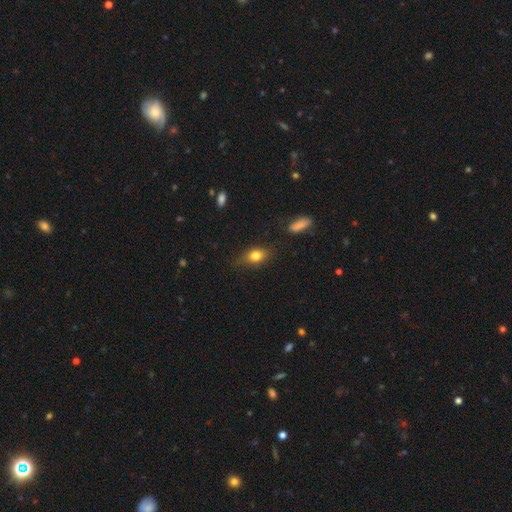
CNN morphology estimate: The model was most divided on "how rounded": in between: 70%, round: 21%, cigar-shaped: 9%. More confident: smooth or featured — smooth (76%); merging — none (72%).